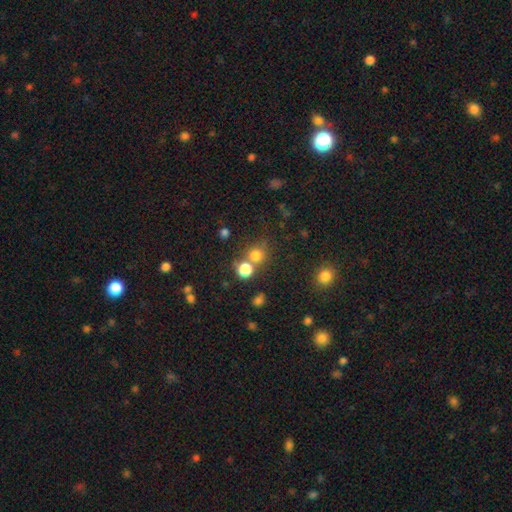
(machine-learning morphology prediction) This is likely a smooth galaxy (74%). How rounded: clearly round (89%). Merging: likely none (62%).